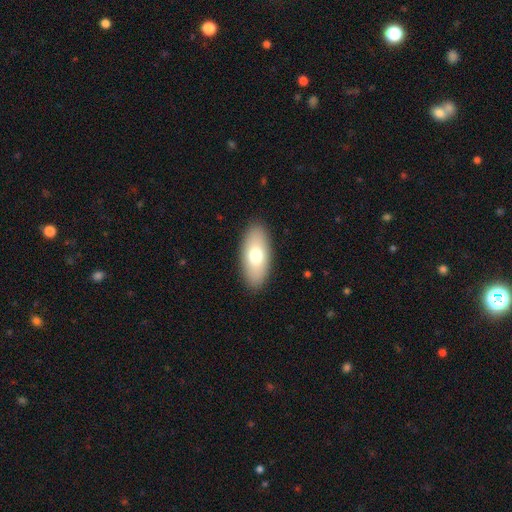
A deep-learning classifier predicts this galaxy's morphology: smooth 73%, featured or disk 21%, star or artifact 7%. Down the decision tree: how rounded — in between (89%); merging — none (89%).